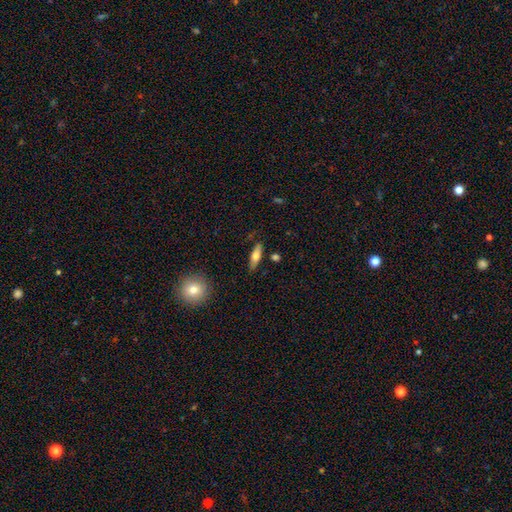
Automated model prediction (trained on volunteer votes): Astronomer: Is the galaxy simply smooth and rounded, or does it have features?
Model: smooth — 61%.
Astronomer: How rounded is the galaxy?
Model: in between — 49% (runner-up: cigar-shaped, 48%).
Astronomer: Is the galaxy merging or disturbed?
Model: none — 83%.